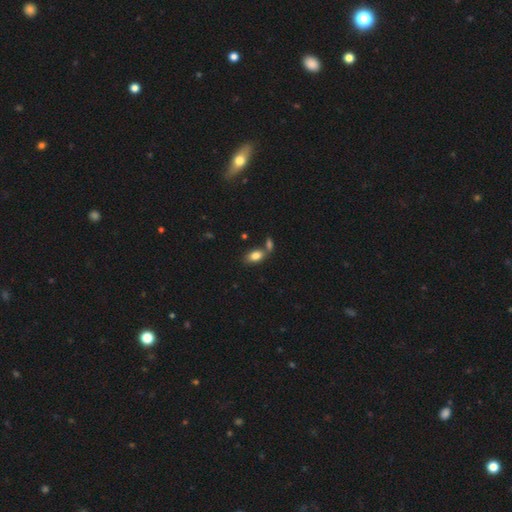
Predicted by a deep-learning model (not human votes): smooth-or-featured: smooth: 81% | featured or disk: 10% | star or artifact: 9%
  how-rounded: in between: 89% | round: 8% | cigar-shaped: 3%
  merging: none: 58% | merger: 27% | minor disturbance: 12% | major disturbance: 3%